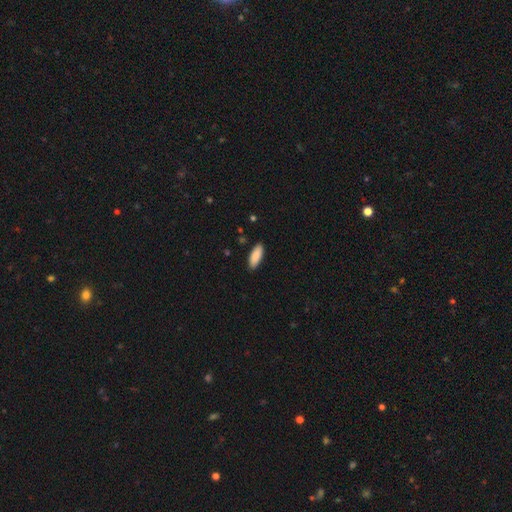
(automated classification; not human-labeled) This appears to be a smooth galaxy with no disk features (89%) that is in between round and cigar-shaped (73%). Merging: none (89%).